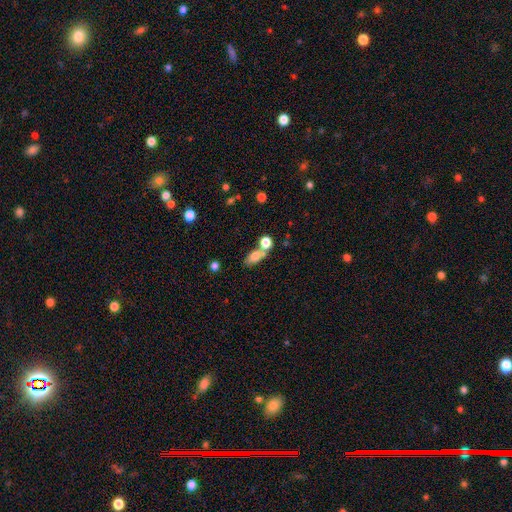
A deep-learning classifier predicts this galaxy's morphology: smooth-or-featured: smooth: 77% | featured or disk: 12% | star or artifact: 11%
  how-rounded: in between: 77% | round: 16% | cigar-shaped: 7%
  merging: none: 46% | merger: 39% | minor disturbance: 11% | major disturbance: 5%